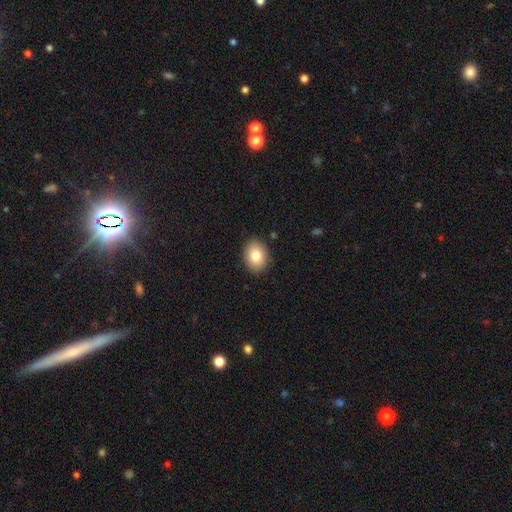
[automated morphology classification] Smooth or featured: smooth — 82% (featured or disk — 9%)
How rounded: in between — 63% (round — 36%)
Merging: none — 89% (minor disturbance — 8%)